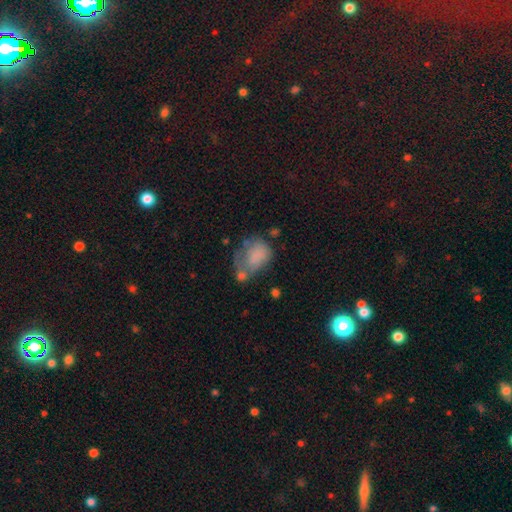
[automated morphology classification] type=smooth (68%); roundness=in between (70%); merging=major disturbance (32%).